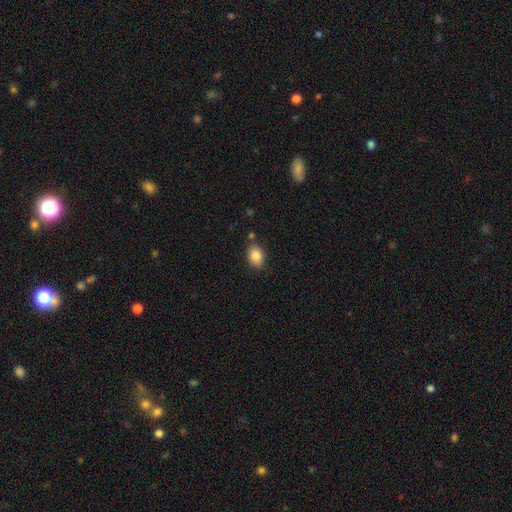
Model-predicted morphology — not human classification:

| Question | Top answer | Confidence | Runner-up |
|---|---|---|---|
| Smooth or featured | smooth | 85% | star or artifact (8%) |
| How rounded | in between | 73% | round (26%) |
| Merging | none | 81% | minor disturbance (12%) |